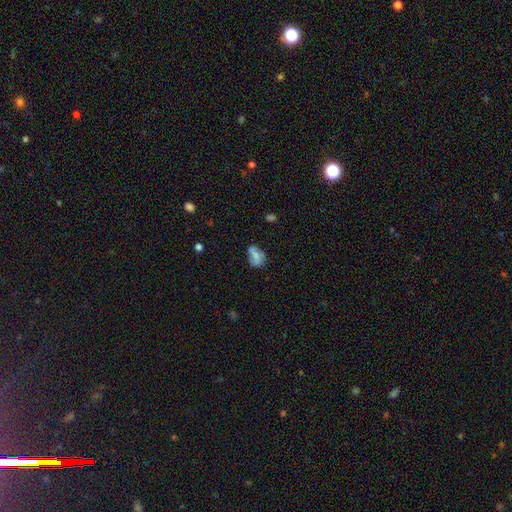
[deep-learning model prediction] Morphology: type=smooth (53%); roundness=in between (67%); merging=none (47%).